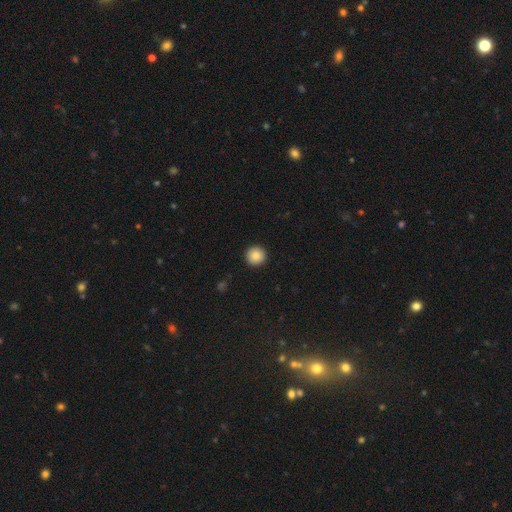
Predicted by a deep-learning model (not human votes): smooth_or_featured: smooth (p=0.86) [alt: star or artifact p=0.09]
how_rounded: round (p=0.96) [alt: in between p=0.03]
merging: none (p=0.93) [alt: minor disturbance p=0.04]